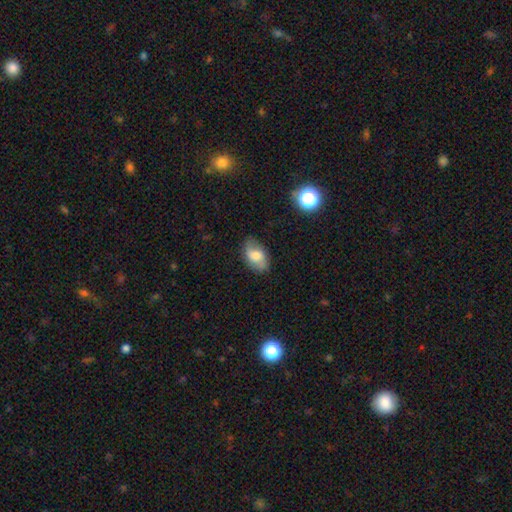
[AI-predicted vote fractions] Smooth or featured: smooth — 62% (featured or disk — 30%)
How rounded: in between — 89% (round — 9%)
Merging: none — 77% (minor disturbance — 18%)